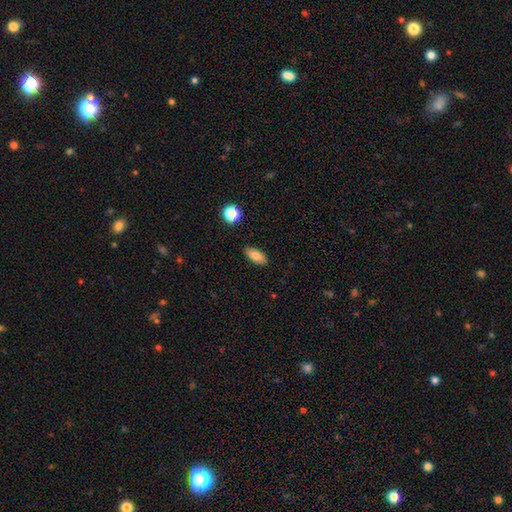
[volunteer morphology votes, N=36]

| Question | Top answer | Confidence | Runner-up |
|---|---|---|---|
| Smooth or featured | smooth | 89% | featured or disk (8%) |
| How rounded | in between | 94% | cigar-shaped (6%) |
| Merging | none | 97% | minor disturbance (3%) |